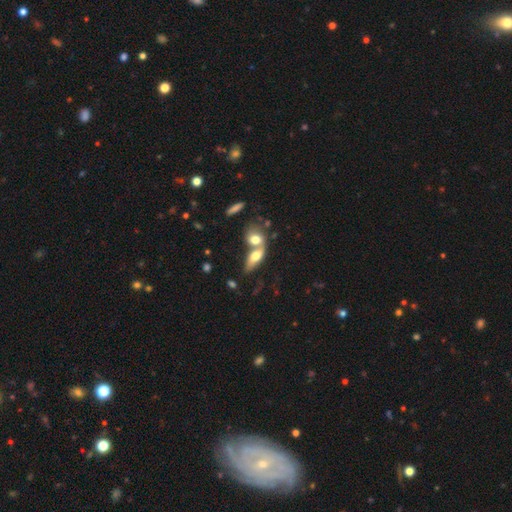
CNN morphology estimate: smooth 64%, featured or disk 28%, star or artifact 8%. Down the decision tree: how rounded — in between (73%); merging — merger (69%).